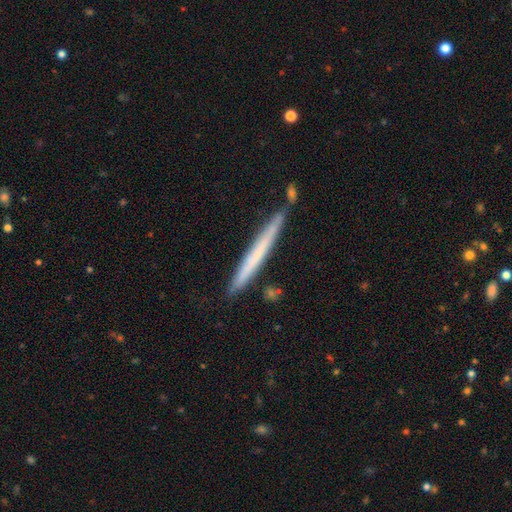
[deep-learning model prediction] Smooth or featured? Predicted: smooth (p=0.54). How rounded? Predicted: cigar-shaped (p=0.97). Merging? Predicted: none (p=0.79).